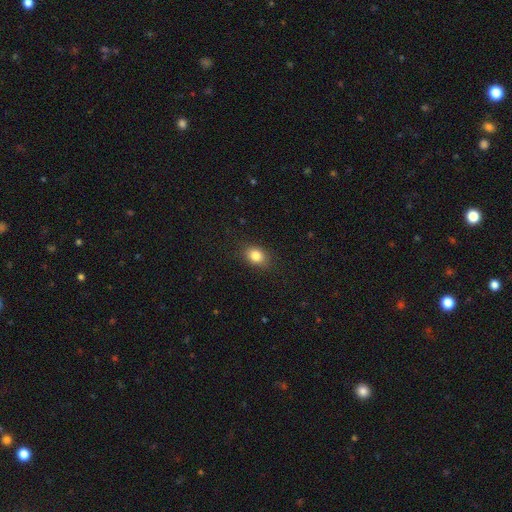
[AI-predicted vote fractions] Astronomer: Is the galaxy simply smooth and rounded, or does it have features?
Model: smooth — 84%.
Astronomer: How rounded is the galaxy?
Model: in between — 61% (runner-up: round, 38%).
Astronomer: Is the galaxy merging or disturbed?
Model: none — 85%.